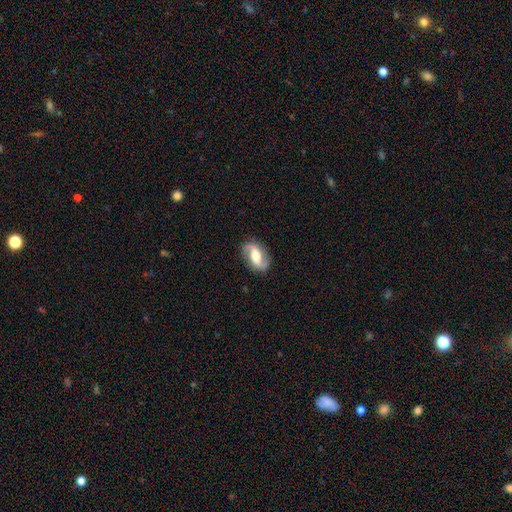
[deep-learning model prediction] Smooth or featured? featured or disk (79%)
Edge-on disk? no (96%)
Bar? weak (40%)
Spiral arms? yes (93%)
Spiral winding? loose (51%)
Spiral arm count? 2 (92%)
Bulge size? moderate (60%)
Merging? none (85%)